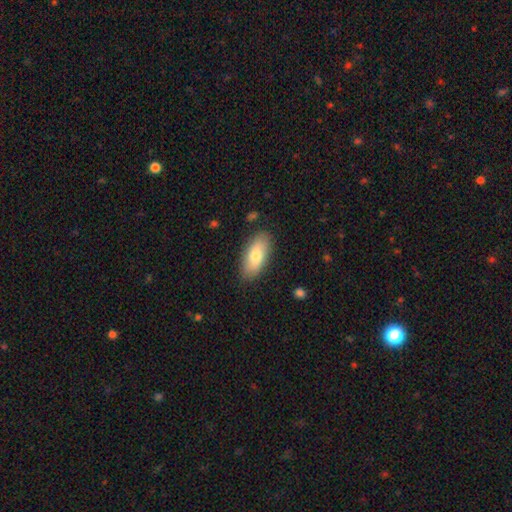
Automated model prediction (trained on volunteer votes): Smooth or featured? Predicted: smooth (p=0.75). How rounded? Predicted: in between (p=0.86). Merging? Predicted: none (p=0.85).